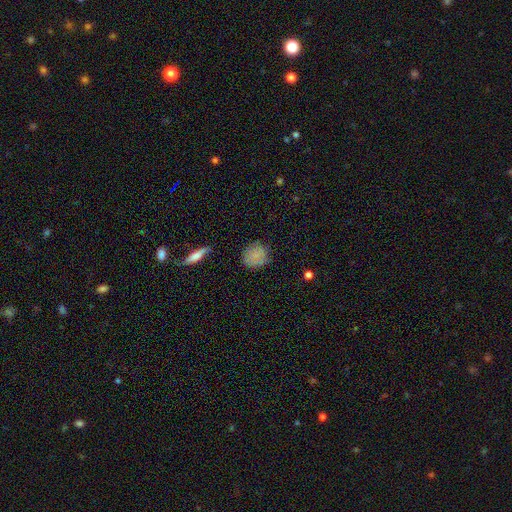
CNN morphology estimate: Smooth or featured: smooth — 74% (featured or disk — 17%)
How rounded: round — 83% (in between — 16%)
Merging: none — 74% (minor disturbance — 19%)